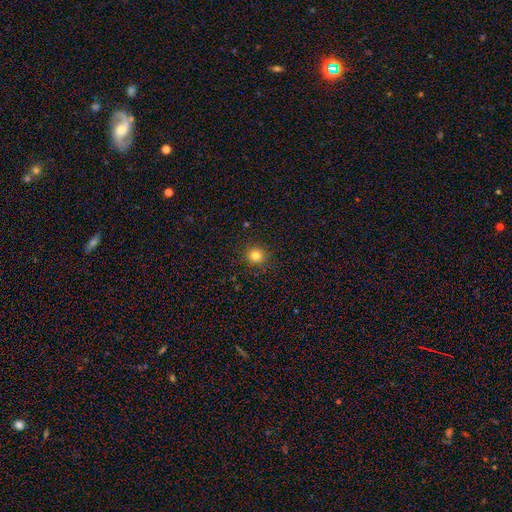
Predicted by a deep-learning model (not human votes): Smooth or featured?
  - smooth: 81% *
  - star or artifact: 13%
  - featured or disk: 6%
How rounded?
  - round: 91% *
  - in between: 8%
  - cigar-shaped: 1%
Merging?
  - none: 90% *
  - minor disturbance: 6%
  - major disturbance: 2%
  - merger: 1%